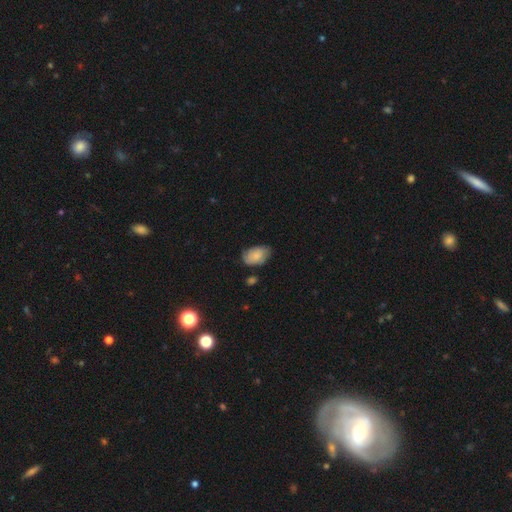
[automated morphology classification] Smooth or featured: smooth — 75% (featured or disk — 17%)
How rounded: in between — 89% (round — 9%)
Merging: none — 63% (minor disturbance — 28%)